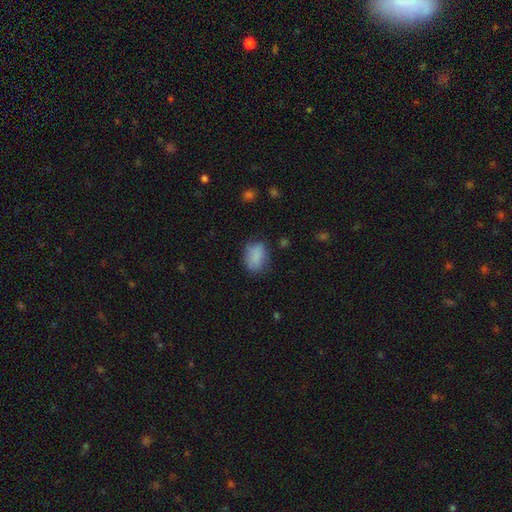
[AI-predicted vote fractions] Overall: smooth (84%). How rounded: in between (76%). Merging: none (66%).